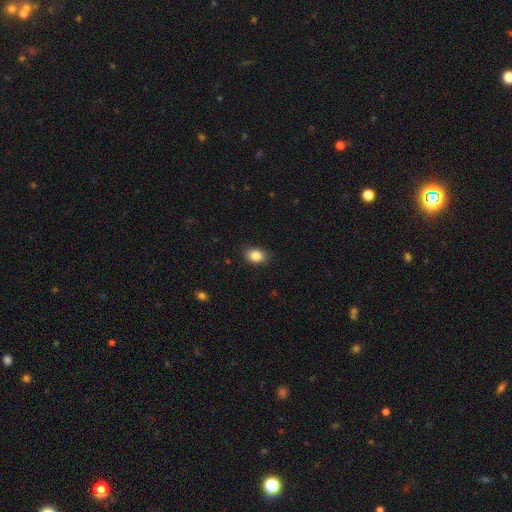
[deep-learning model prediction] smooth_or_featured: smooth (p=0.84) [alt: star or artifact p=0.09]
how_rounded: in between (p=0.77) [alt: round p=0.22]
merging: none (p=0.87) [alt: minor disturbance p=0.10]